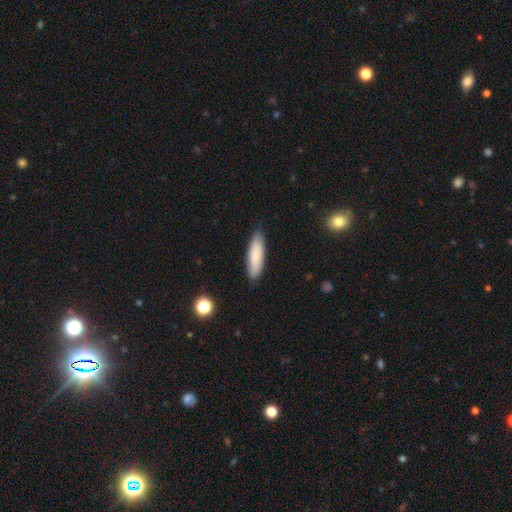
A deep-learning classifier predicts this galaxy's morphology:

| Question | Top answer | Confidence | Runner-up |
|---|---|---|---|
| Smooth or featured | smooth | 83% | featured or disk (11%) |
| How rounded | cigar-shaped | 58% | in between (40%) |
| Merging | none | 83% | minor disturbance (13%) |